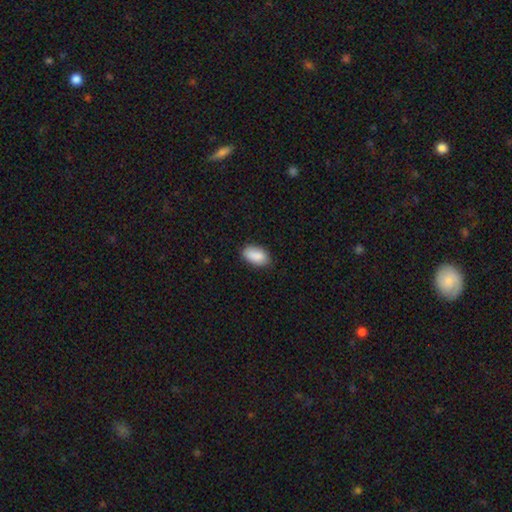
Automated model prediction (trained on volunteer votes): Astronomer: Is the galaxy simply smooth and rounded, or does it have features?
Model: smooth — 89%.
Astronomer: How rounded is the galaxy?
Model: in between — 93%.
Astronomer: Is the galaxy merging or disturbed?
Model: none — 82%.